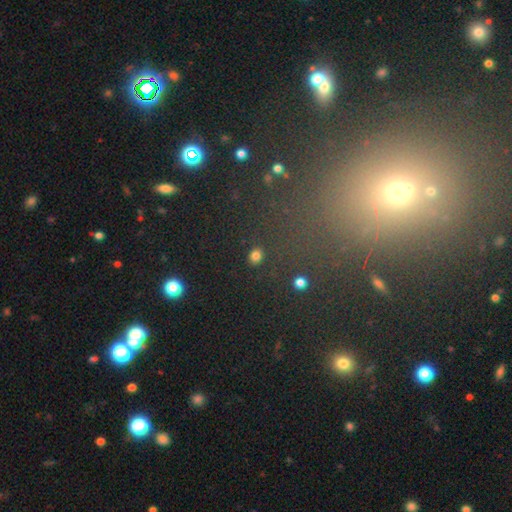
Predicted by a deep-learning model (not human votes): A smooth galaxy with no disk features (79%) that is round (62%).

Vote fractions:
- Smooth or featured? smooth: 79% / star or artifact: 16% / featured or disk: 5%
- How rounded? round: 62% / in between: 37% / cigar-shaped: 1%
- Merging? none: 88% / minor disturbance: 7% / major disturbance: 3% / merger: 2%